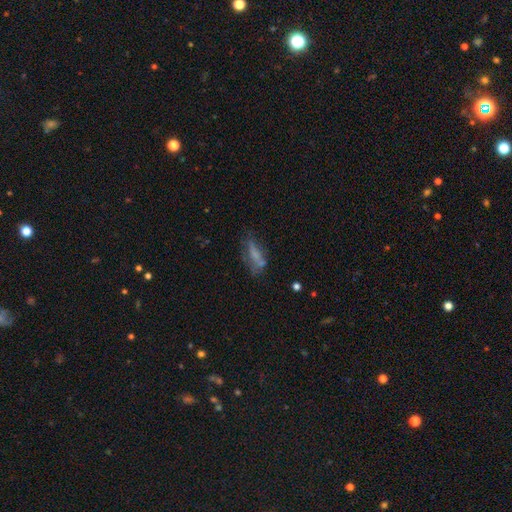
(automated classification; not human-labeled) Smooth or featured: smooth — 55% (featured or disk — 32%)
How rounded: in between — 53% (cigar-shaped — 44%)
Merging: none — 41% (minor disturbance — 25%)